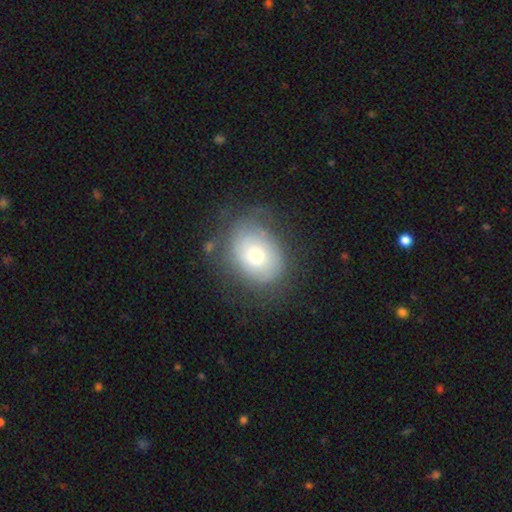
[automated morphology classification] smooth 58%, featured or disk 33%, star or artifact 9%. Down the decision tree: how rounded — in between (58%); merging — none (64%).